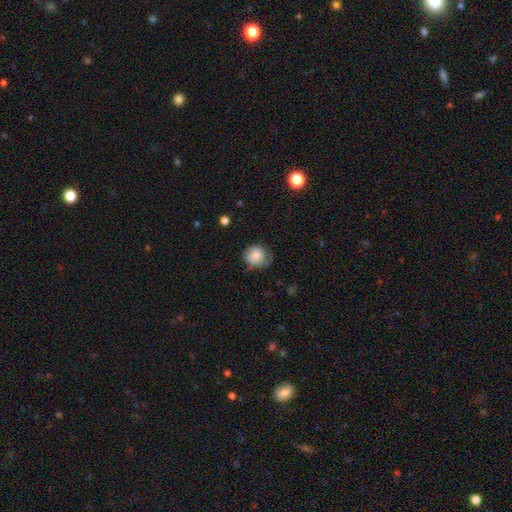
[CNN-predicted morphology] Smooth or featured? Predicted: smooth (p=0.75). How rounded? Predicted: round (p=0.84). Merging? Predicted: none (p=0.59).